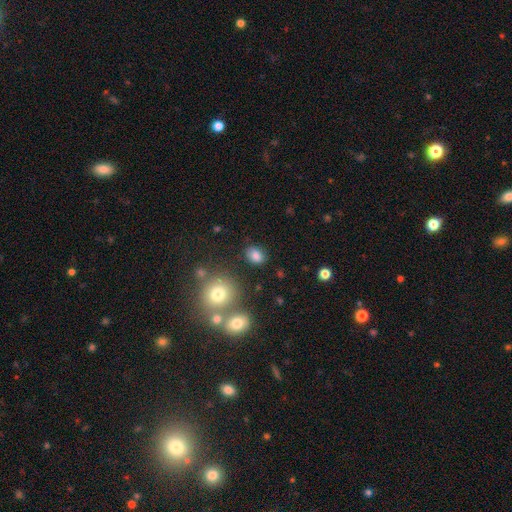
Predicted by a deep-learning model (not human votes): smooth_or_featured: smooth (p=0.82) [alt: star or artifact p=0.11]
how_rounded: in between (p=0.69) [alt: round p=0.30]
merging: none (p=0.81) [alt: minor disturbance p=0.11]